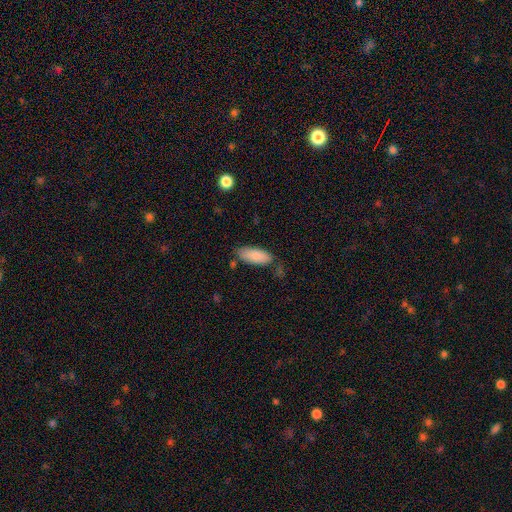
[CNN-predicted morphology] A smooth galaxy with no disk features (86%) that is in between round and cigar-shaped (83%).

Vote fractions:
- Smooth or featured? smooth: 86% / featured or disk: 8% / star or artifact: 6%
- How rounded? in between: 83% / cigar-shaped: 16% / round: 2%
- Merging? none: 72% / minor disturbance: 19% / merger: 5% / major disturbance: 4%